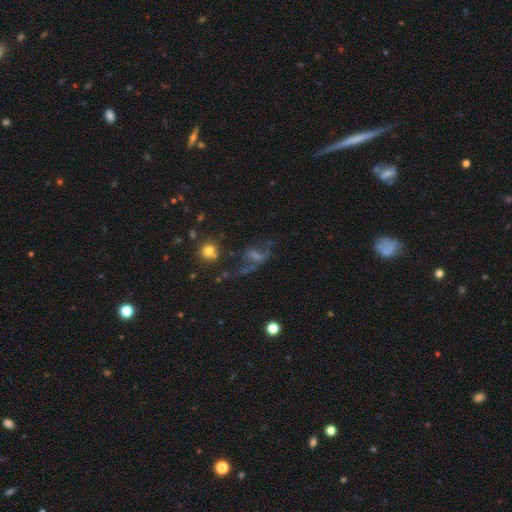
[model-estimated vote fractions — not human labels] Smooth or featured: featured or disk — 49% (star or artifact — 29%)
Merging: none — 37% (major disturbance — 36%)